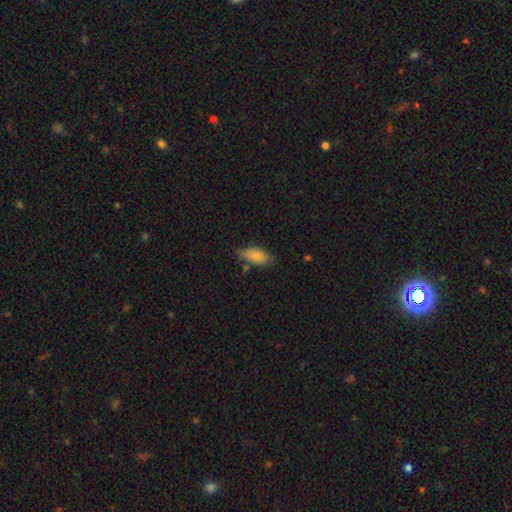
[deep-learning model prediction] Smooth or featured? Predicted: smooth (p=0.84). How rounded? Predicted: in between (p=0.88). Merging? Predicted: none (p=0.63).